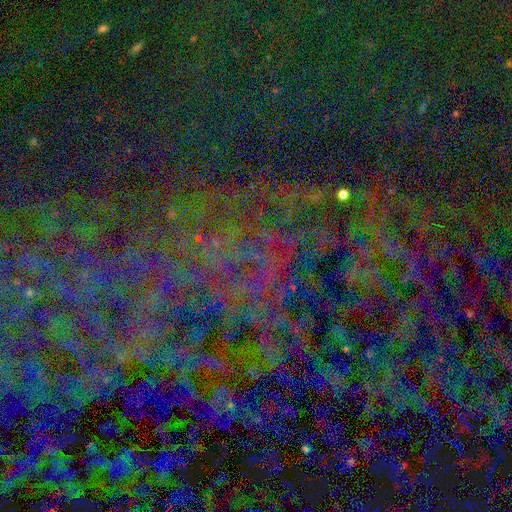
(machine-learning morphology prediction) A star or artifact, not a galaxy (81%).

Vote fractions:
- Smooth or featured? star or artifact: 81% / smooth: 10% / featured or disk: 9%